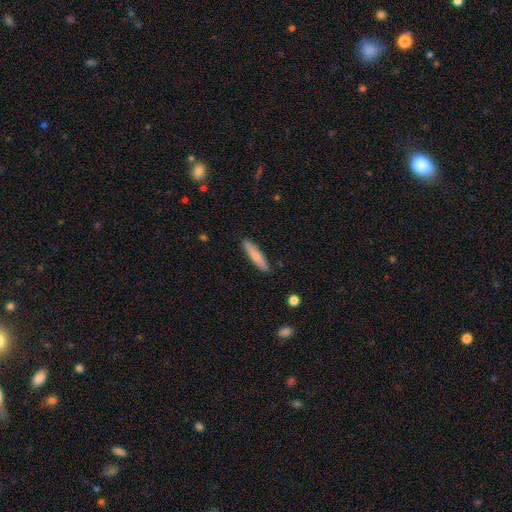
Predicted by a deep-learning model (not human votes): This appears to be a smooth galaxy with no disk features (77%) that is cigar-shaped (87%). Merging: none (88%).